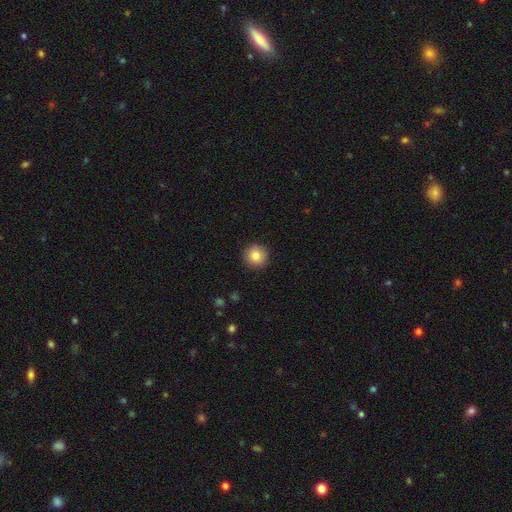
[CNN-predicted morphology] Smooth or featured? Predicted: smooth (p=0.83). How rounded? Predicted: round (p=0.95). Merging? Predicted: none (p=0.91).